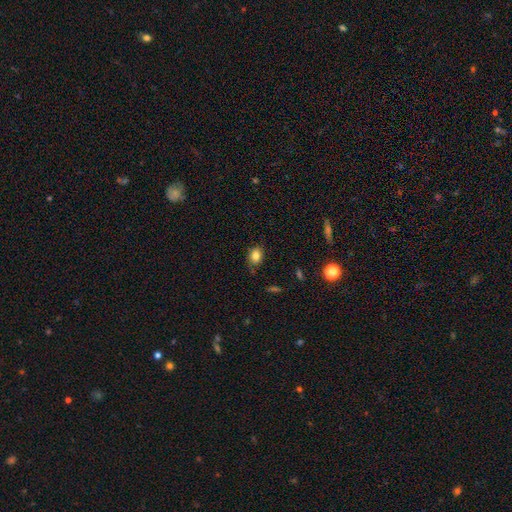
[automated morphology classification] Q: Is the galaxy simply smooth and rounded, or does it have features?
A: smooth — 82%.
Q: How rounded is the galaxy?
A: in between — 60%.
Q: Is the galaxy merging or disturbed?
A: none — 80%.